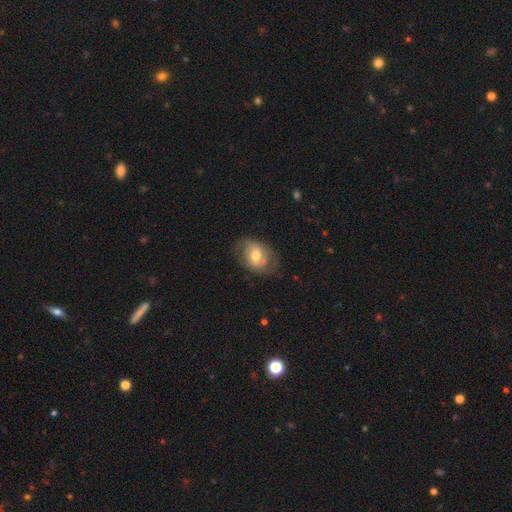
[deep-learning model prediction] This is possibly a smooth galaxy (50%). How rounded: likely in between (72%). Merging: likely none (62%).